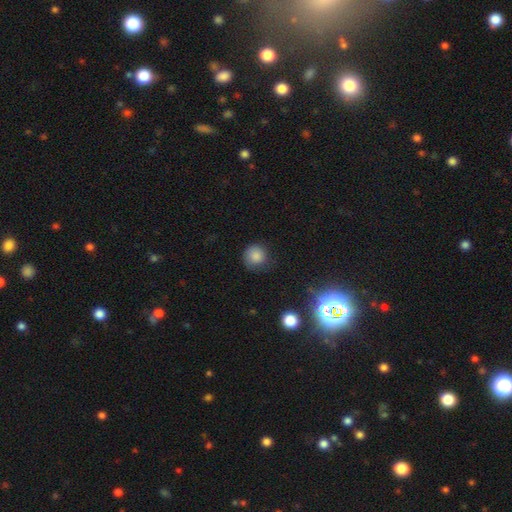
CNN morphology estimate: A smooth galaxy with no disk features (83%) that is round (90%).

Vote fractions:
- Smooth or featured? smooth: 83% / star or artifact: 10% / featured or disk: 7%
- How rounded? round: 90% / in between: 9% / cigar-shaped: 1%
- Merging? none: 69% / minor disturbance: 22% / major disturbance: 8% / merger: 1%